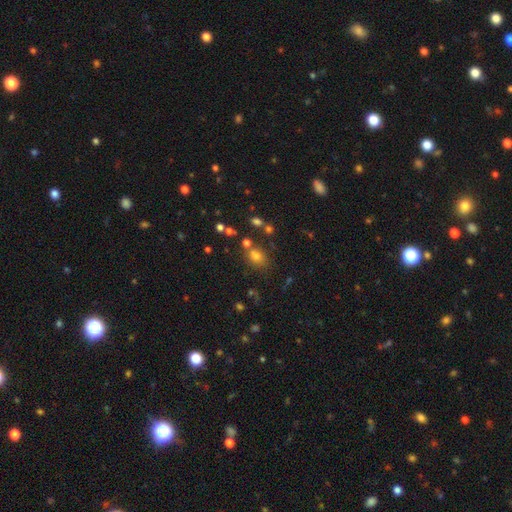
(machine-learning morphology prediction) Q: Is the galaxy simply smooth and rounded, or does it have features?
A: smooth — 68%.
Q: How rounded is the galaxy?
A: in between — 54%.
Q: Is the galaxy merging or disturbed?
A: none — 66%.